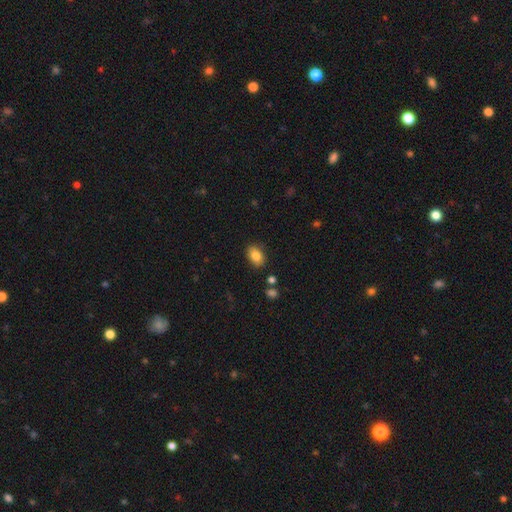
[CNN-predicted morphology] Smooth or featured? smooth (83%)
How rounded? in between (83%)
Merging? none (83%)